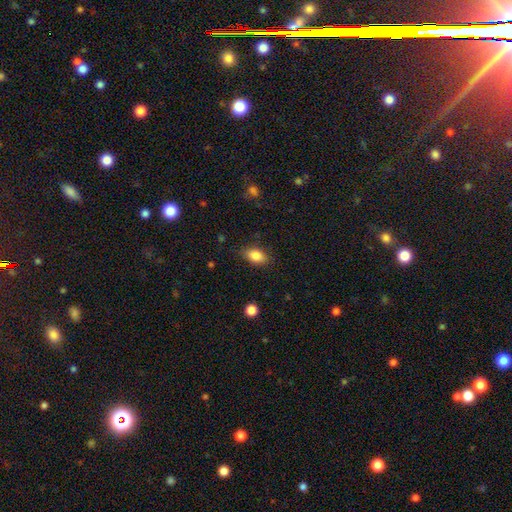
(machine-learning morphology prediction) Smooth or featured?
  - smooth: 84% *
  - star or artifact: 8%
  - featured or disk: 8%
How rounded?
  - in between: 88% *
  - round: 9%
  - cigar-shaped: 4%
Merging?
  - none: 83% *
  - minor disturbance: 13%
  - major disturbance: 3%
  - merger: 1%